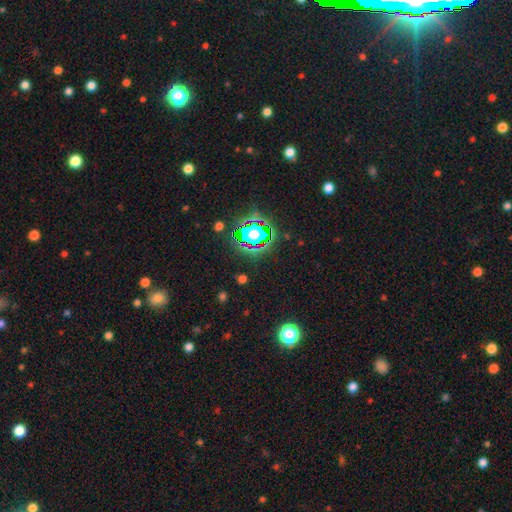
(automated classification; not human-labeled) Smooth or featured? Predicted: star or artifact (p=0.82).